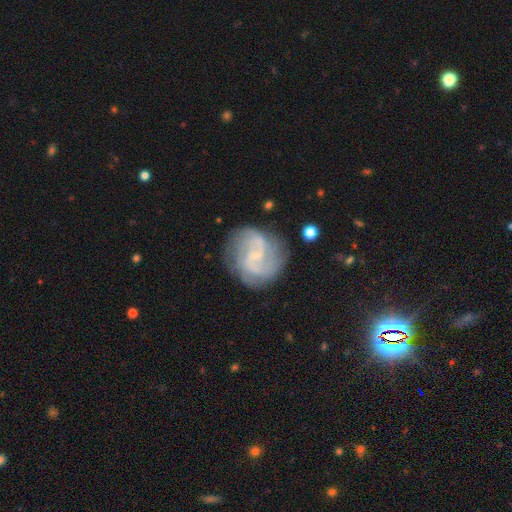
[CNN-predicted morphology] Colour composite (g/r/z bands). It shows a featured or disk galaxy (84%) with a weak bar (48%), 2 (59%) medium (49%) spiral arms (96%) and a small central bulge (79%). Merging: none (75%).